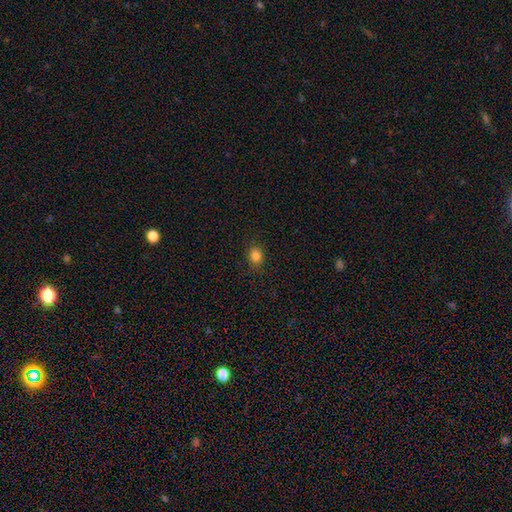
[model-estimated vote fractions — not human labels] smooth-or-featured: smooth: 83% | star or artifact: 12% | featured or disk: 5%
  how-rounded: round: 60% | in between: 39% | cigar-shaped: 1%
  merging: none: 88% | minor disturbance: 9% | major disturbance: 2% | merger: 1%